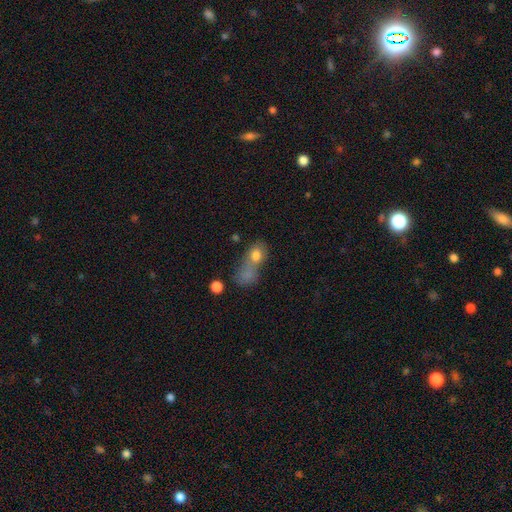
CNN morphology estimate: Smooth or featured: smooth — 75% (featured or disk — 14%)
How rounded: in between — 61% (round — 35%)
Merging: merger — 57% (none — 22%)